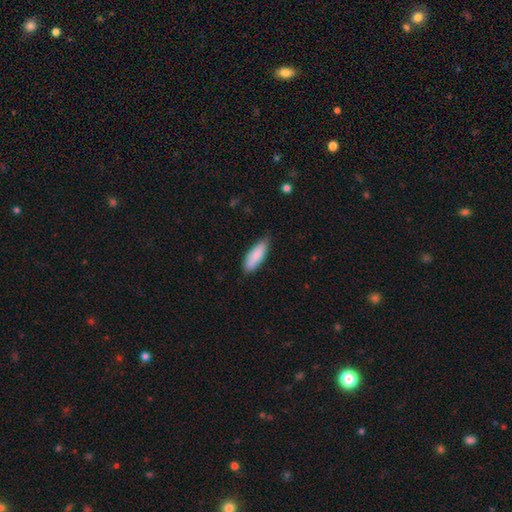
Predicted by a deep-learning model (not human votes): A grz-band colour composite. It shows a smooth galaxy with no disk features (85%) that is in between round and cigar-shaped (55%). Merging: none (79%).